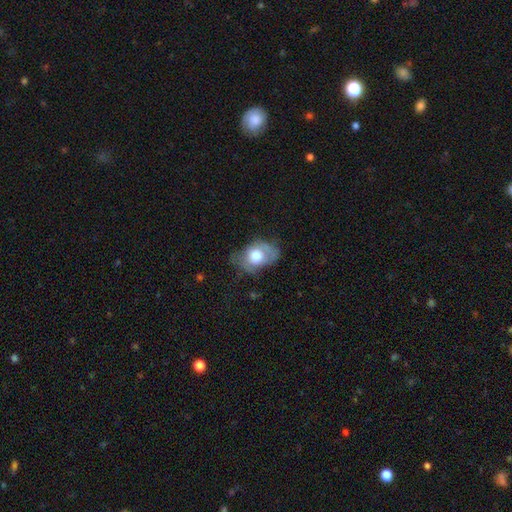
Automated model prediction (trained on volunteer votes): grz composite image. It shows a smooth galaxy with no disk features (62%) that is in between round and cigar-shaped (75%). Merging: none (40%).